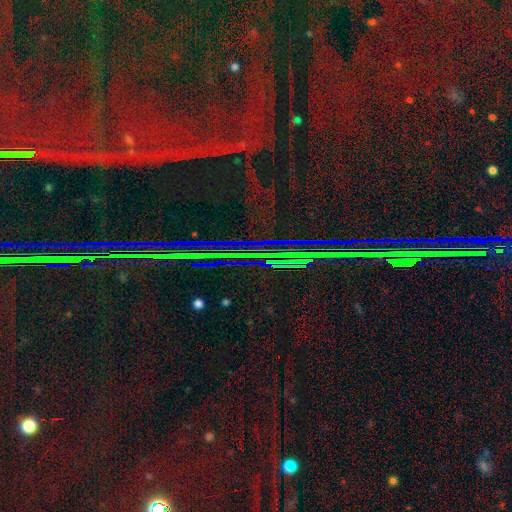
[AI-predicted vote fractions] Q: Smooth or featured?
A: star or artifact (87%); runner-up: featured or disk (7%)